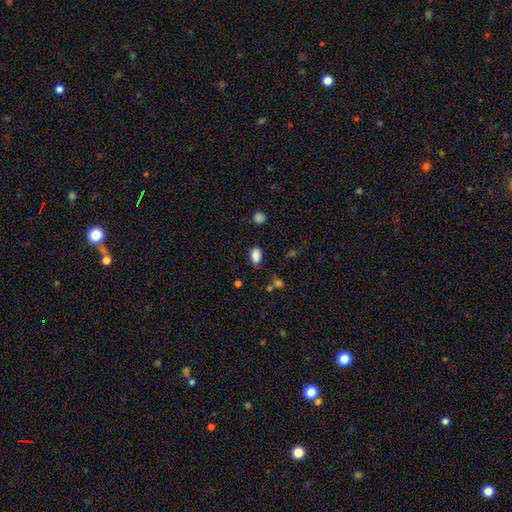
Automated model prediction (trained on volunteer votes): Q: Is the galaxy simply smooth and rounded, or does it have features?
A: smooth — 86%.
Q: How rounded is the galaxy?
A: in between — 87%.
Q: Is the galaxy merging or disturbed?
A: none — 79%.